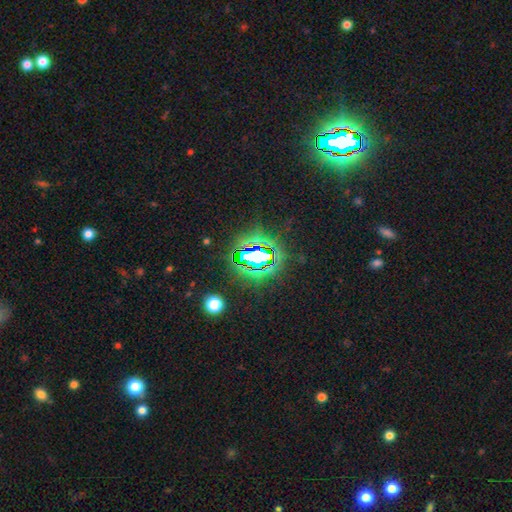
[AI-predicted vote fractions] smooth_or_featured: star or artifact (p=0.75) [alt: smooth p=0.14]